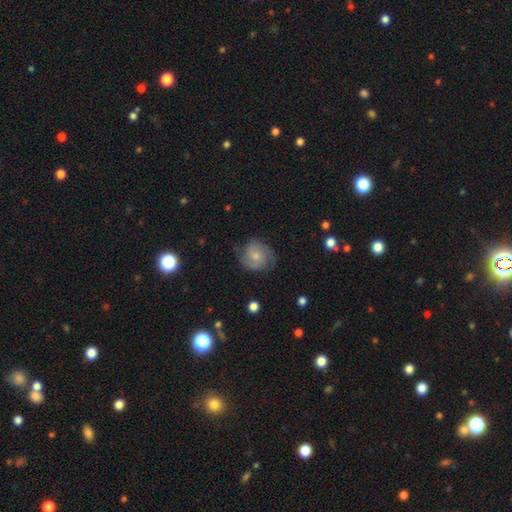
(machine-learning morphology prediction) type=featured or disk (54%); edge-on=no (97%); bar=no (76%); spiral arms=yes (88%); bulge=small (48%); merging=none (68%).